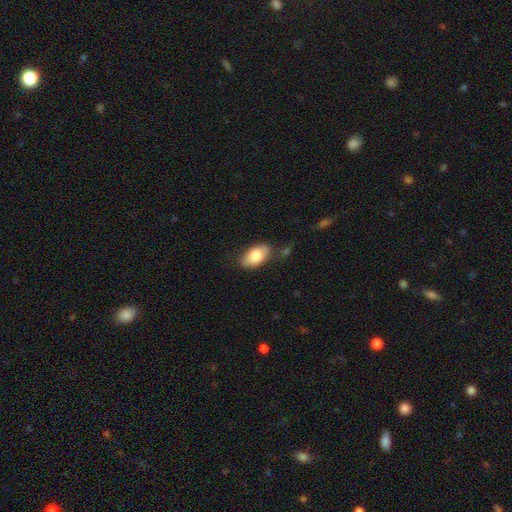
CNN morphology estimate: smooth-or-featured: smooth: 82% | featured or disk: 11% | star or artifact: 6%
  how-rounded: in between: 92% | round: 5% | cigar-shaped: 2%
  merging: none: 74% | minor disturbance: 17% | major disturbance: 5% | merger: 4%